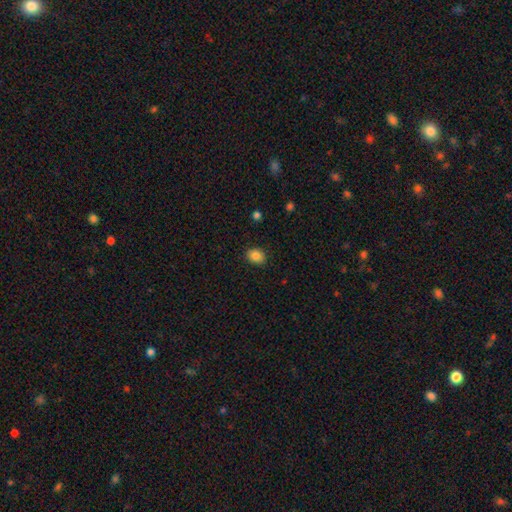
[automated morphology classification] Smooth or featured? smooth (85%)
How rounded? round (53%)
Merging? none (88%)